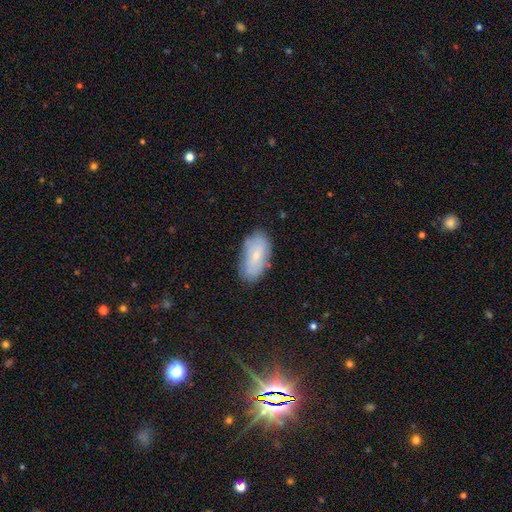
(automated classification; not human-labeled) This is likely a smooth galaxy (67%). How rounded: clearly in between (93%). Merging: likely none (77%).